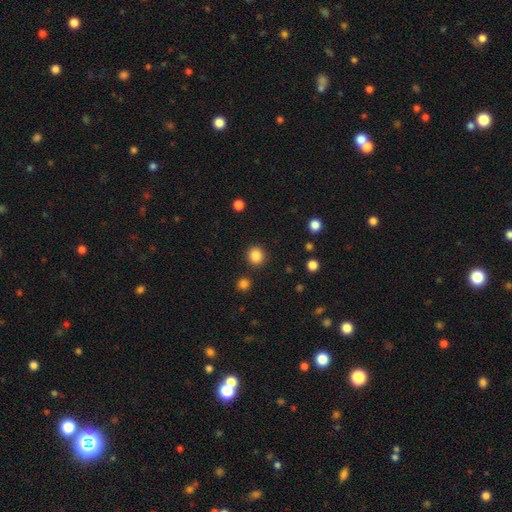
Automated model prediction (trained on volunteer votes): Smooth or featured: smooth — 86% (star or artifact — 11%)
How rounded: round — 91% (in between — 8%)
Merging: none — 90% (minor disturbance — 5%)